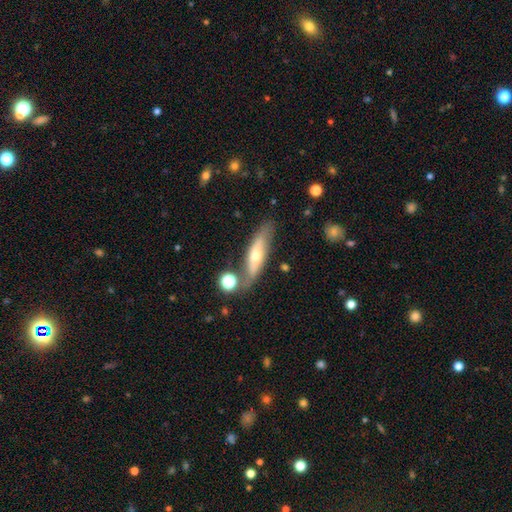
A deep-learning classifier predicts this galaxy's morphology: This appears to be a featured or disk galaxy (52%) viewed edge-on (58%). Merging: none (68%).